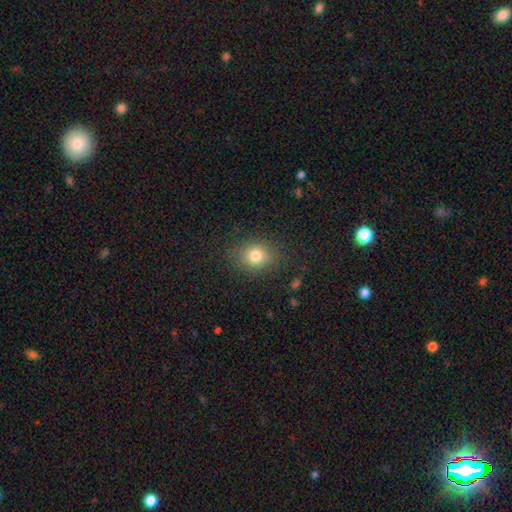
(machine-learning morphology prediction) This is likely a smooth galaxy (79%). How rounded: likely round (61%). Merging: clearly none (84%).